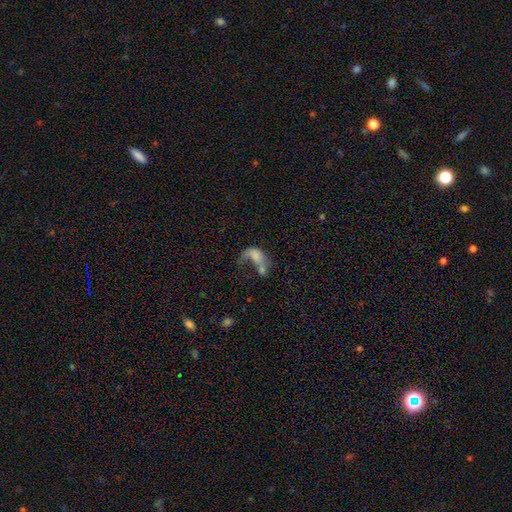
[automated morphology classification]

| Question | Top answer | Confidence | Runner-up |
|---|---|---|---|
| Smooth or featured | smooth | 53% | featured or disk (35%) |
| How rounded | in between | 85% | round (10%) |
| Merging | merger | 40% | major disturbance (37%) |